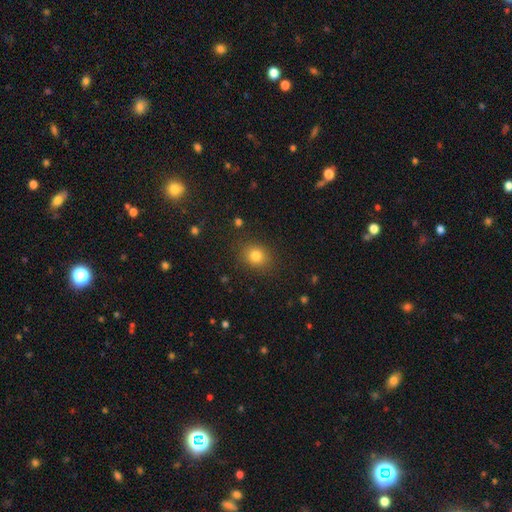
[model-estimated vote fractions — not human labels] A smooth galaxy with no disk features (81%) that is round (70%). Merging: none (86%).